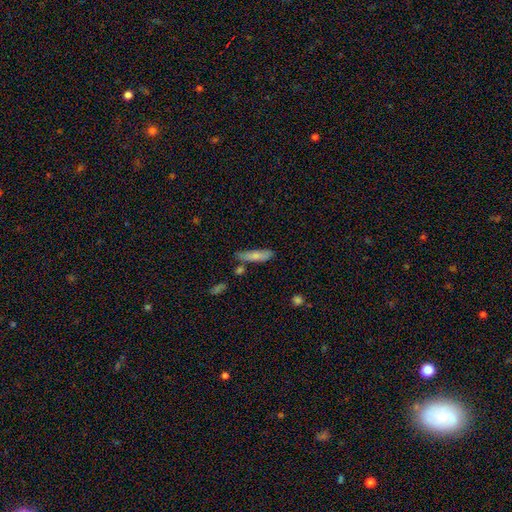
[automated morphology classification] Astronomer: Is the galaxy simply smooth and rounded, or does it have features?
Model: smooth — 74%.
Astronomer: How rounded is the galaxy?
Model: cigar-shaped — 62%.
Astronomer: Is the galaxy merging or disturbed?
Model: none — 61%.